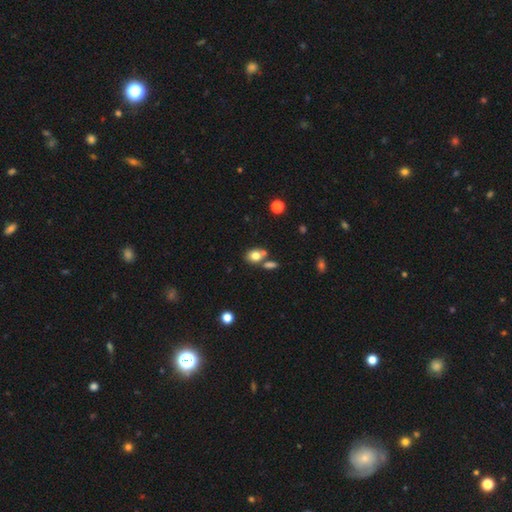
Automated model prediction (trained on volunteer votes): smooth_or_featured: smooth (p=0.78) [alt: star or artifact p=0.11]
how_rounded: in between (p=0.51) [alt: round p=0.47]
merging: none (p=0.51) [alt: merger p=0.33]